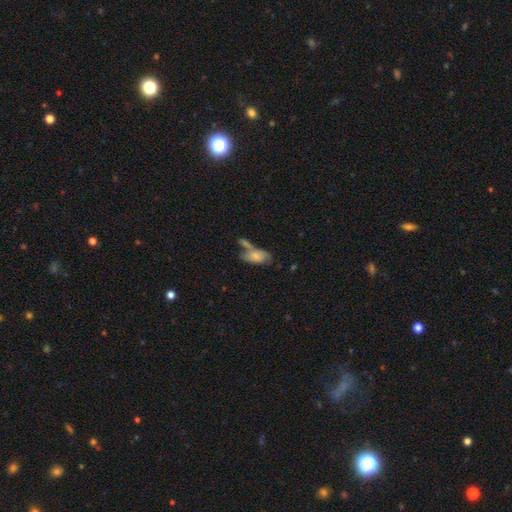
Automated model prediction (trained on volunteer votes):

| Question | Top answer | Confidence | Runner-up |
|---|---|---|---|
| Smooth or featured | smooth | 68% | featured or disk (24%) |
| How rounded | in between | 89% | cigar-shaped (7%) |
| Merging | merger | 36% | none (31%) |